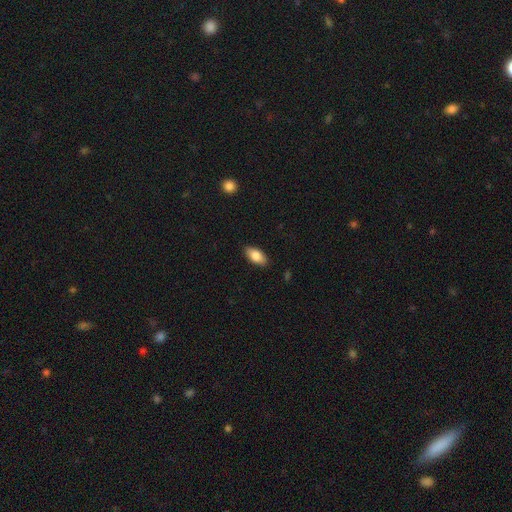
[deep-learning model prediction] The model was most divided on "smooth or featured": smooth: 83%, featured or disk: 10%, star or artifact: 7%. More confident: how rounded — in between (91%); merging — none (87%).